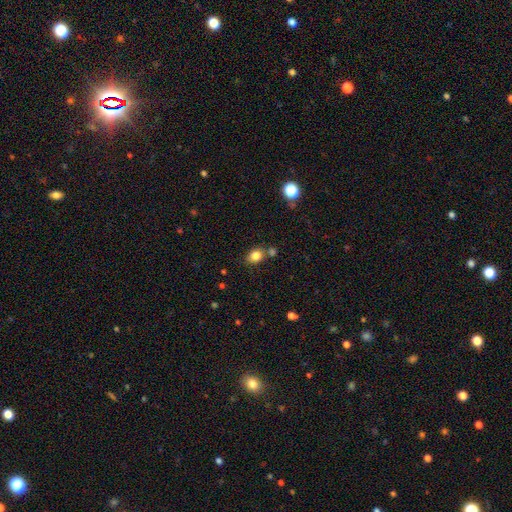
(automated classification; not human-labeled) Smooth or featured: smooth — 82% (star or artifact — 11%)
How rounded: in between — 58% (round — 41%)
Merging: none — 68% (merger — 15%)